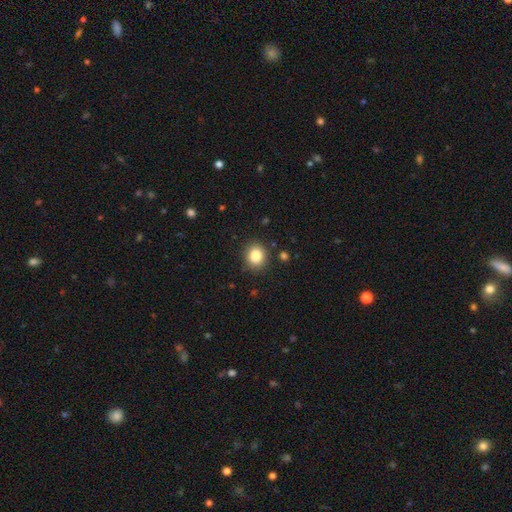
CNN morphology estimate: Smooth or featured?
  - smooth: 84% *
  - star or artifact: 10%
  - featured or disk: 6%
How rounded?
  - round: 76% *
  - in between: 23%
  - cigar-shaped: 1%
Merging?
  - none: 88% *
  - minor disturbance: 8%
  - major disturbance: 2%
  - merger: 2%